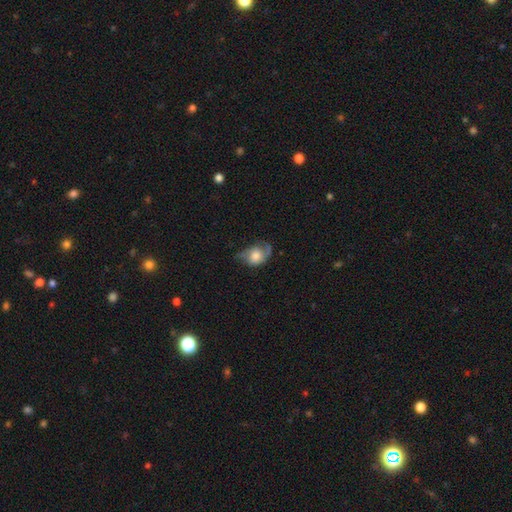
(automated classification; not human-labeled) smooth-or-featured: featured or disk: 50% | smooth: 43% | star or artifact: 8%
  merging: none: 41% | minor disturbance: 31% | major disturbance: 26% | merger: 2%